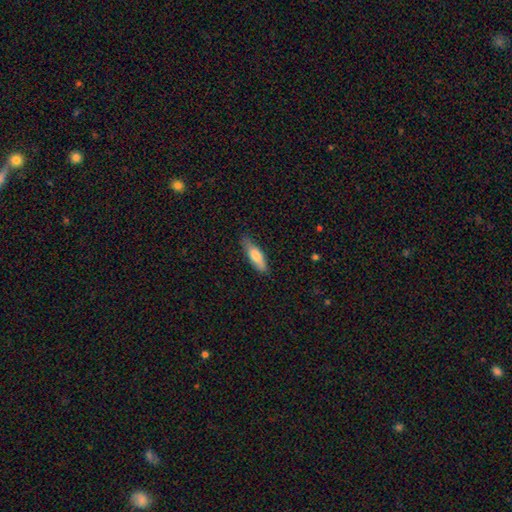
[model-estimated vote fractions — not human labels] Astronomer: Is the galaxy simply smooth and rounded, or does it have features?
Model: smooth — 74%.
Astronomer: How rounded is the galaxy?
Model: cigar-shaped — 49%, tied with in between at 49%.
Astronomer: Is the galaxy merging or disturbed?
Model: none — 76%.